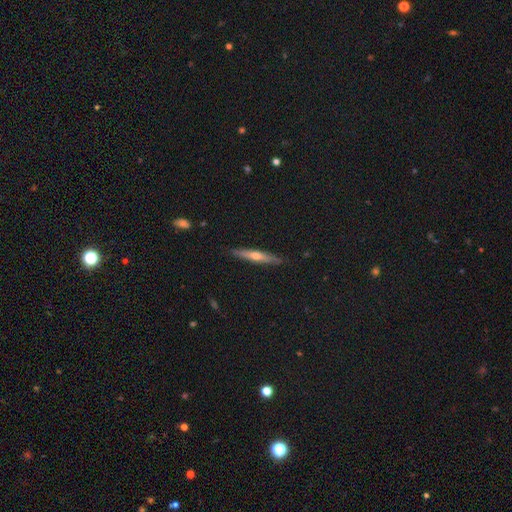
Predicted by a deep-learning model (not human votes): featured or disk 53%, smooth 41%, star or artifact 6%. Down the decision tree: edge-on disk — yes (92%); merging — none (88%).